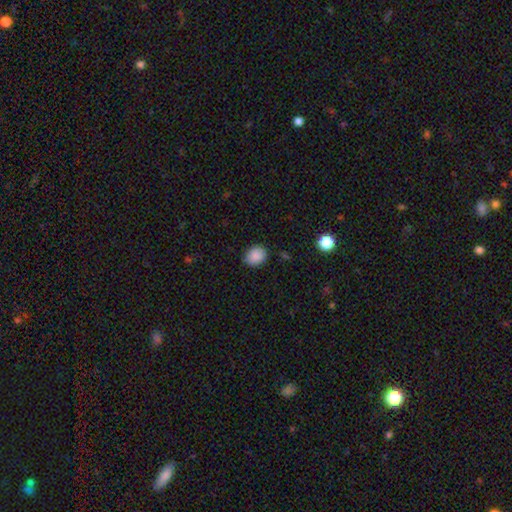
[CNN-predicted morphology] Smooth or featured: smooth — 88% (star or artifact — 9%)
How rounded: round — 52% (in between — 47%)
Merging: none — 78% (minor disturbance — 17%)